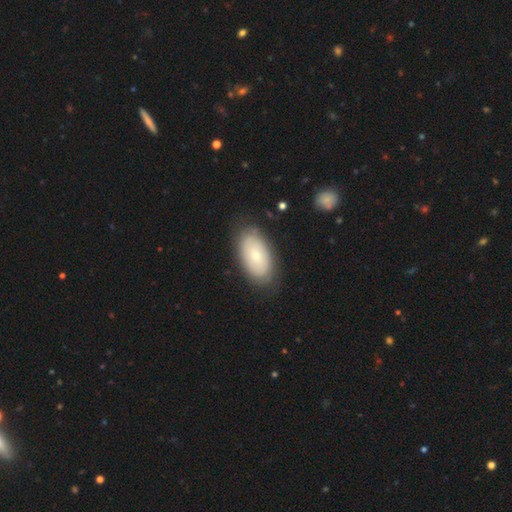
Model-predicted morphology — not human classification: smooth-or-featured: smooth: 64% | featured or disk: 30% | star or artifact: 6%
  how-rounded: in between: 94% | round: 4% | cigar-shaped: 2%
  merging: none: 79% | minor disturbance: 15% | major disturbance: 4% | merger: 1%